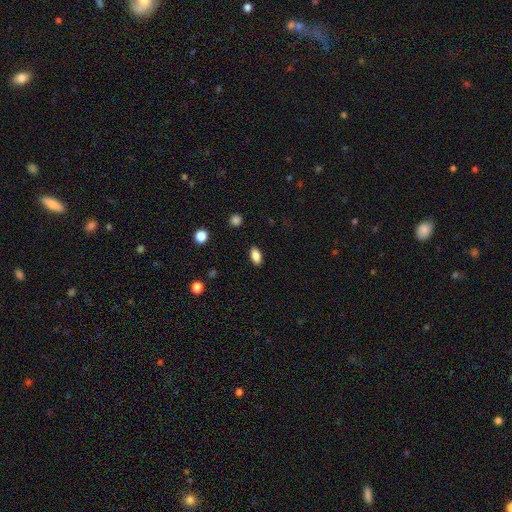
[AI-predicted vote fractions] Smooth or featured? smooth (85%)
How rounded? in between (90%)
Merging? none (88%)